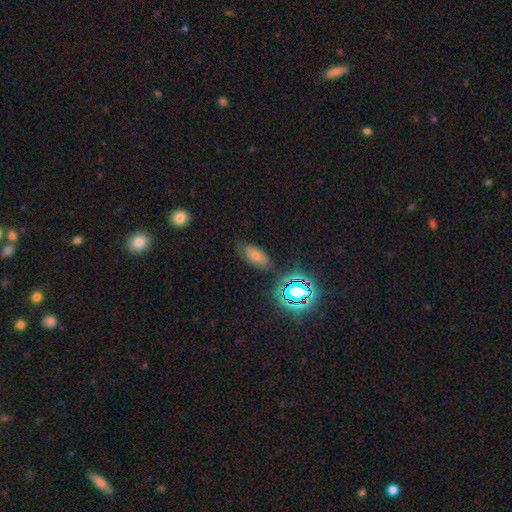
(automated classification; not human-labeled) Q: Smooth or featured?
A: smooth (42%); runner-up: star or artifact (36%)
Q: Merging?
A: none (77%); runner-up: minor disturbance (16%)